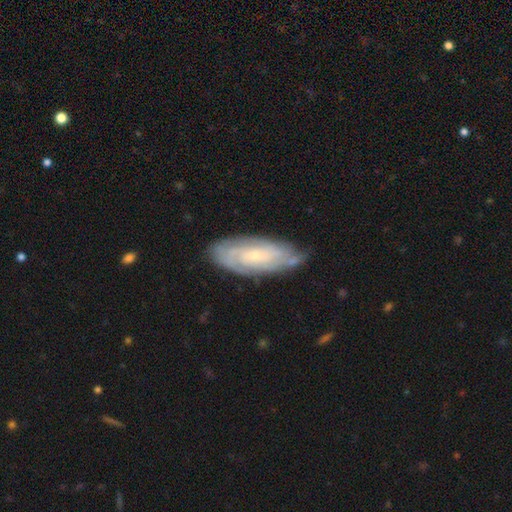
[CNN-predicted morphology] Smooth or featured?
  - featured or disk: 72% *
  - smooth: 22%
  - star or artifact: 6%
Edge-on disk?
  - no: 89% *
  - yes: 11%
Bar?
  - no: 69% *
  - weak: 25%
  - strong: 6%
Spiral arms?
  - yes: 89% *
  - no: 11%
Spiral winding?
  - tight: 69% *
  - medium: 24%
  - loose: 6%
Spiral arm count?
  - can't tell: 51% *
  - 2: 19%
  - 3: 12%
  - 4: 9%
  - more than 4: 4%
  - 1: 4%
Bulge size?
  - small: 79% *
  - moderate: 17%
  - none: 2%
  - large: 1%
  - dominant: 1%
Merging?
  - none: 73% *
  - minor disturbance: 21%
  - major disturbance: 4%
  - merger: 2%